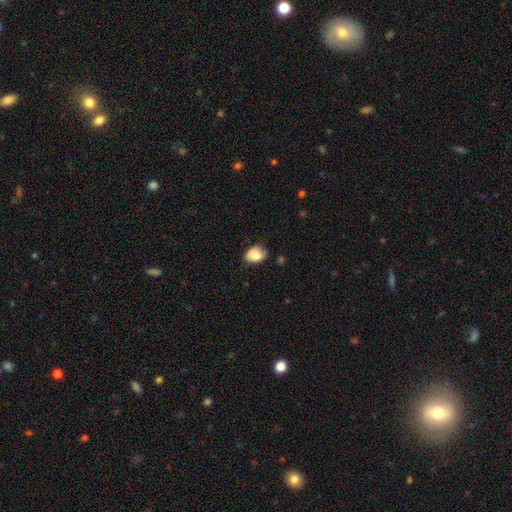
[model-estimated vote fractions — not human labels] This is likely a smooth galaxy (80%). How rounded: likely in between (70%). Merging: likely none (62%).